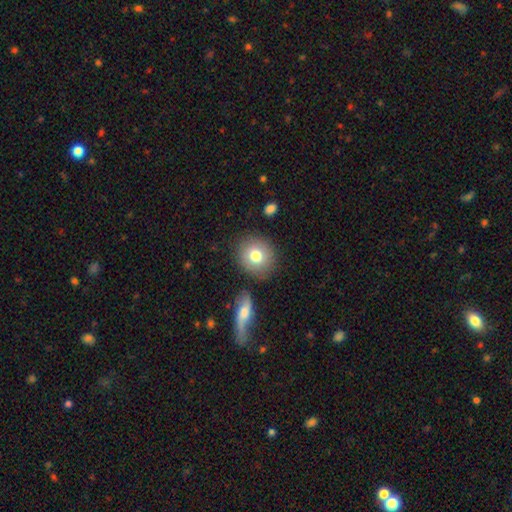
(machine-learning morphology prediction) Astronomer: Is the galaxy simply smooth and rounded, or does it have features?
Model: smooth — 78%.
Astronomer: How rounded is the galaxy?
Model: round — 85%.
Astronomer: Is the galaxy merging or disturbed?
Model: none — 82%.